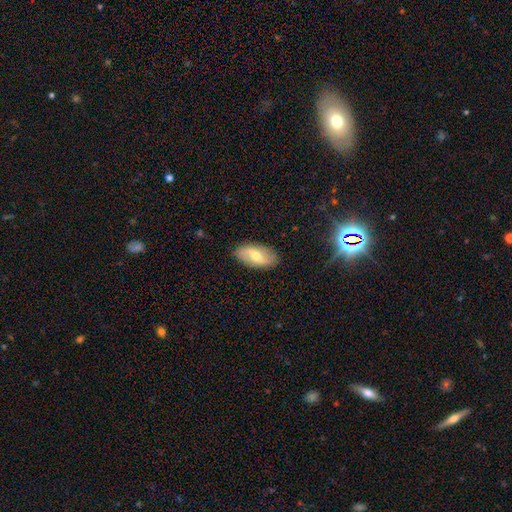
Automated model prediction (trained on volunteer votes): A featured or disk galaxy (54%). Merging: none (86%).